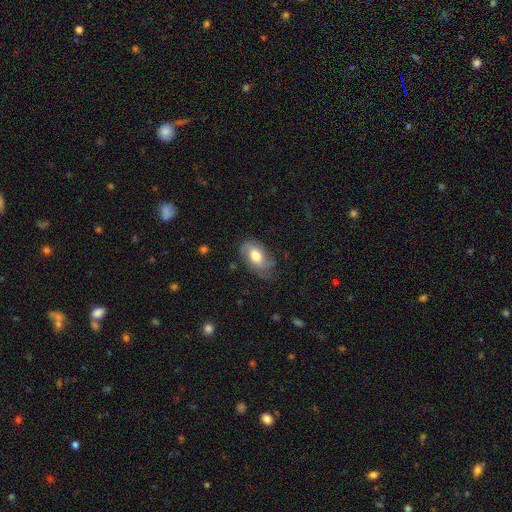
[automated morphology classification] Smooth or featured: smooth — 57% (featured or disk — 36%)
How rounded: in between — 91% (round — 7%)
Merging: none — 56% (minor disturbance — 30%)